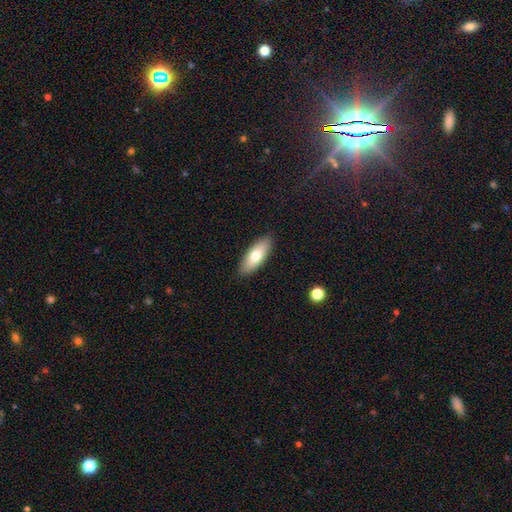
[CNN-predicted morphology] Smooth or featured? smooth (72%)
How rounded? in between (76%)
Merging? none (89%)